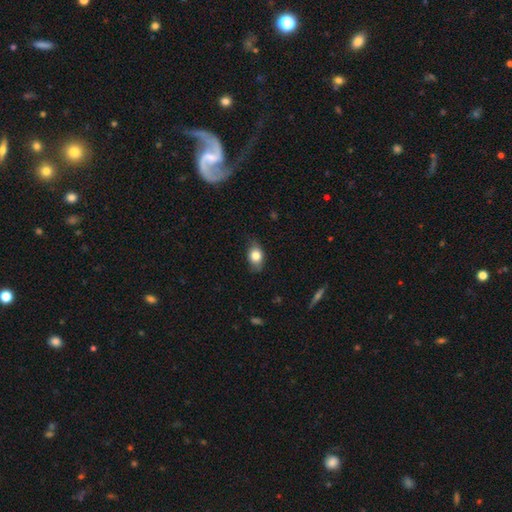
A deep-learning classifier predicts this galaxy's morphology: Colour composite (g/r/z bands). It shows a smooth galaxy with no disk features (79%) that is in between round and cigar-shaped (77%). Merging: none (74%).